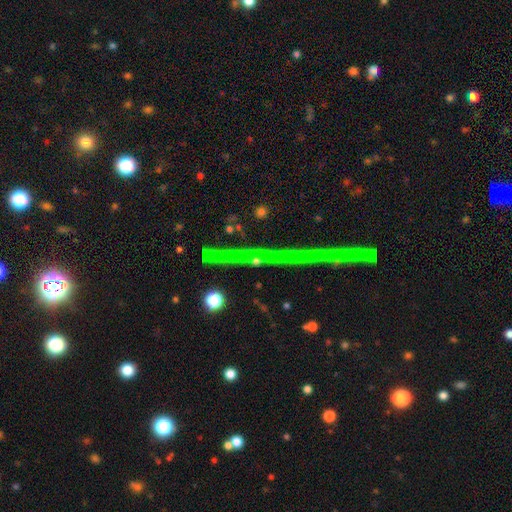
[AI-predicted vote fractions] smooth-or-featured: star or artifact: 67% | featured or disk: 23% | smooth: 10%